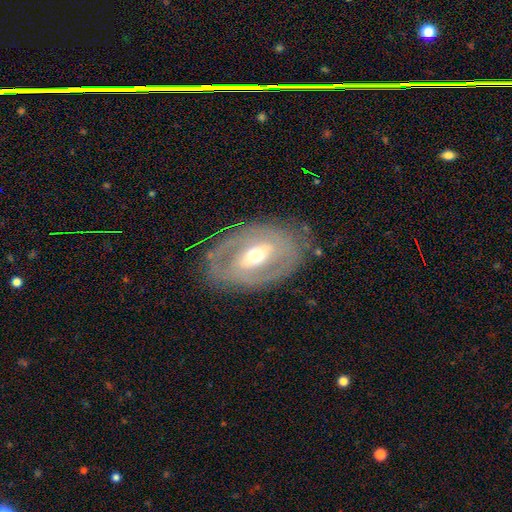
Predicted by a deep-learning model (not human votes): Overall: featured or disk (76%). Edge-on disk: no (92%). Bar: strong (39%; weak 37%). Spiral arms: yes (59%; no 41%). Bulge size: moderate (67%). Merging: none (77%).